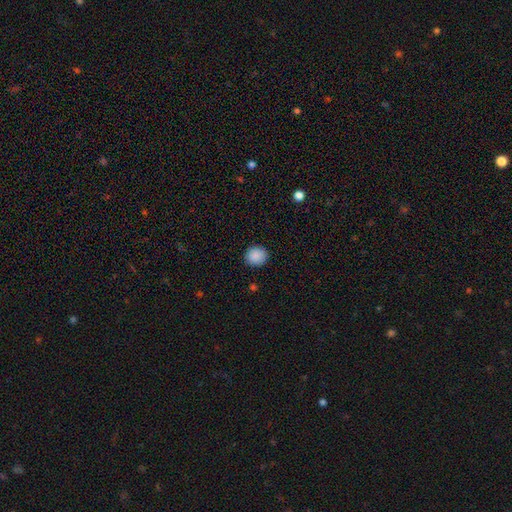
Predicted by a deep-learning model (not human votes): smooth-or-featured: smooth: 89% | star or artifact: 8% | featured or disk: 3%
  how-rounded: round: 84% | in between: 15% | cigar-shaped: 1%
  merging: none: 90% | minor disturbance: 7% | major disturbance: 2% | merger: 1%